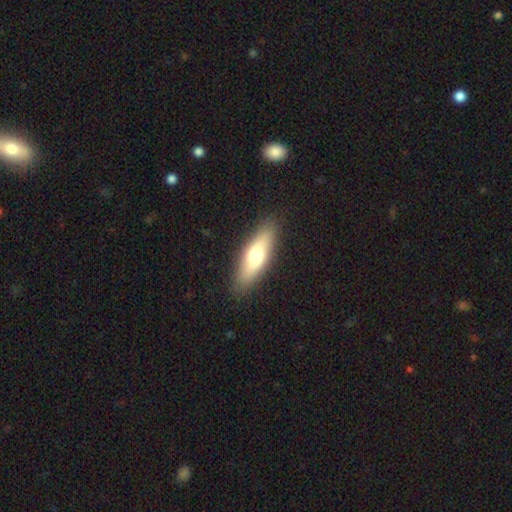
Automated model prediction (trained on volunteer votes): smooth_or_featured: smooth (p=0.65) [alt: featured or disk p=0.29]
how_rounded: cigar-shaped (p=0.49) [tied with: in between p=0.49]
merging: none (p=0.88) [alt: minor disturbance p=0.09]